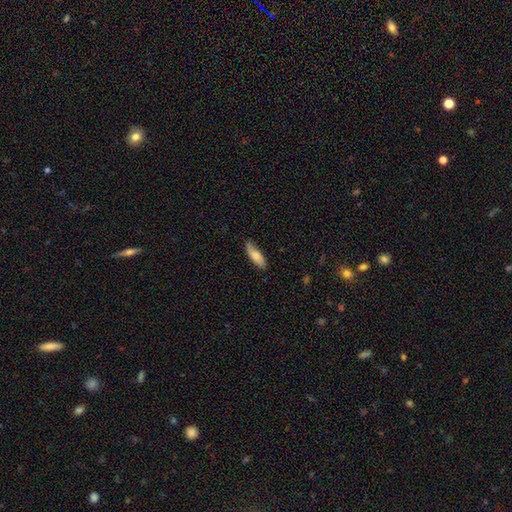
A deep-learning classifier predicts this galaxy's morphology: Smooth or featured? Predicted: smooth (p=0.75). How rounded? Predicted: in between (p=0.53). Merging? Predicted: none (p=0.77).